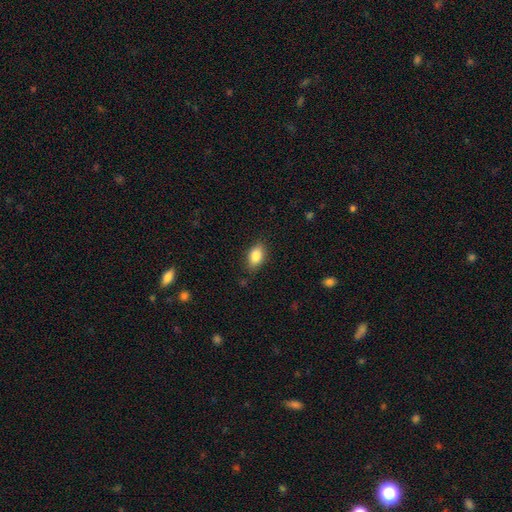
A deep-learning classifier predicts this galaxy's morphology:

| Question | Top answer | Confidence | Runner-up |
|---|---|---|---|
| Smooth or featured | smooth | 84% | featured or disk (8%) |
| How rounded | in between | 87% | round (10%) |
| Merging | none | 84% | minor disturbance (12%) |